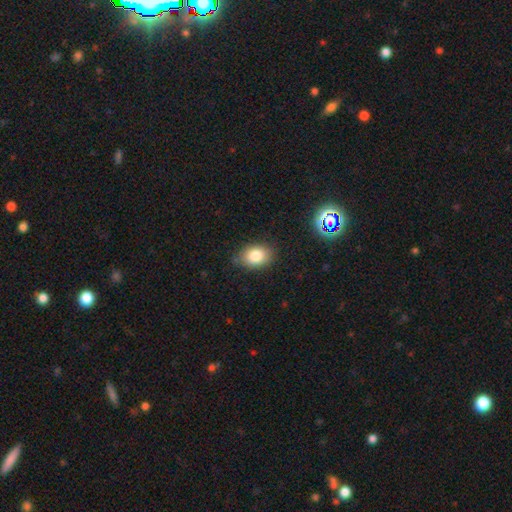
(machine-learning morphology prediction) Smooth or featured: smooth — 82% (star or artifact — 10%)
How rounded: in between — 72% (round — 27%)
Merging: none — 80% (minor disturbance — 16%)